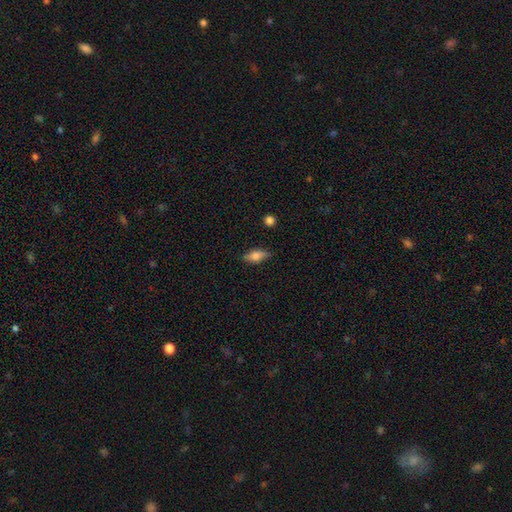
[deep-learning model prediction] Morphology: type=smooth (64%); roundness=in between (74%); merging=none (82%).